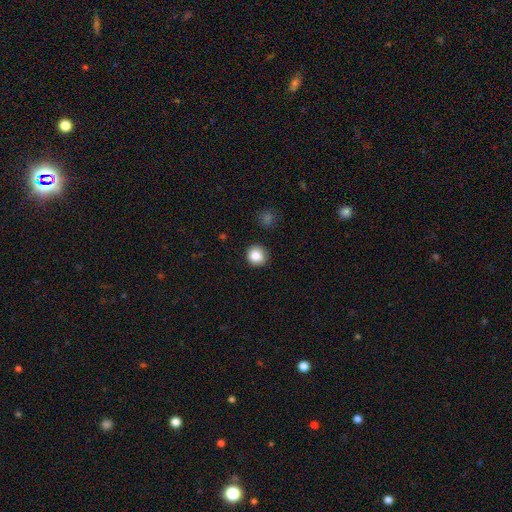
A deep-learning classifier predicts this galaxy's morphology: Overall: smooth (85%). How rounded: round (88%). Merging: none (86%).